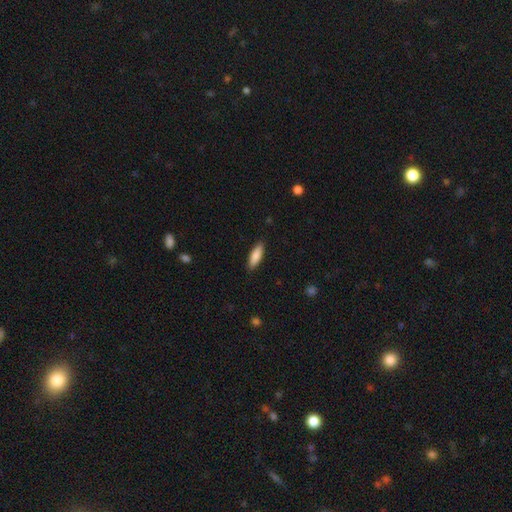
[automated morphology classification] Overall: smooth (84%). How rounded: in between (51%; cigar-shaped 48%). Merging: none (87%).